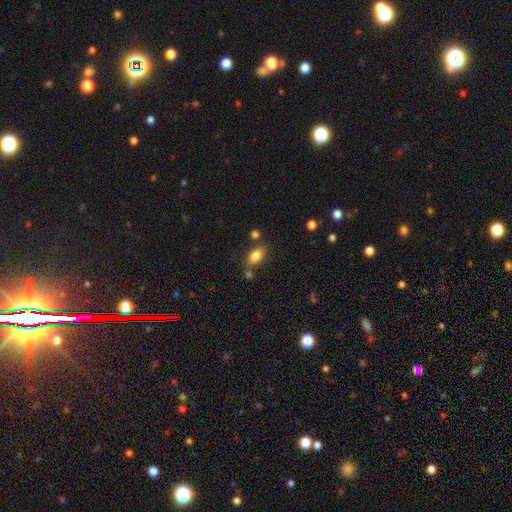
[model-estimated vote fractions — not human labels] smooth_or_featured: smooth (p=0.81) [alt: featured or disk p=0.10]
how_rounded: in between (p=0.87) [alt: round p=0.08]
merging: none (p=0.71) [alt: minor disturbance p=0.14]